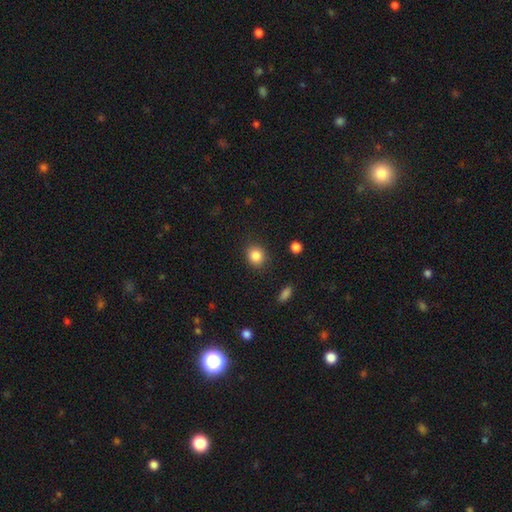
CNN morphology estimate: This appears to be a smooth galaxy with no disk features (86%) that is round (78%). Merging: none (87%).